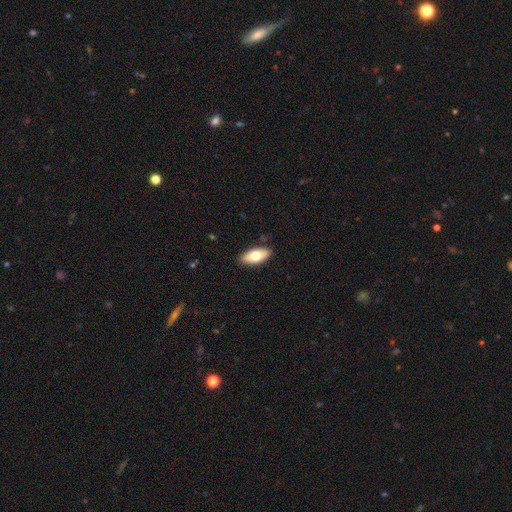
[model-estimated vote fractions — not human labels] smooth 69%, featured or disk 25%, star or artifact 6%. Down the decision tree: how rounded — in between (88%); merging — none (88%).